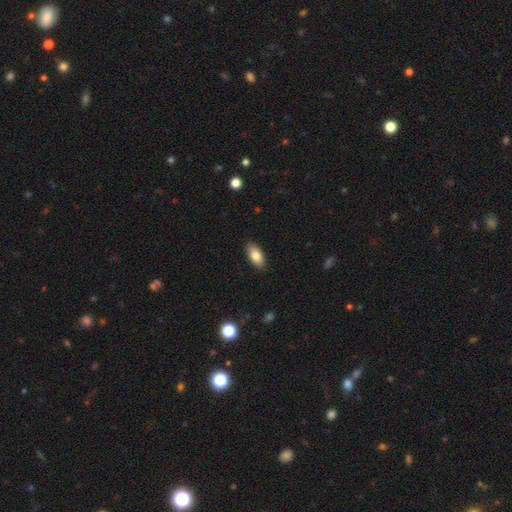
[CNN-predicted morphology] smooth 82%, featured or disk 11%, star or artifact 7%. Down the decision tree: how rounded — in between (90%); merging — none (88%).